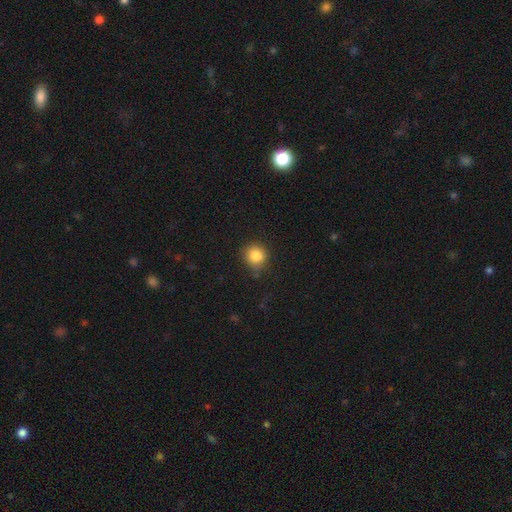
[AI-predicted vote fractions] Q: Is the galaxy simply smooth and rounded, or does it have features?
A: smooth — 85%.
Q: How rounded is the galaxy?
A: round — 87%.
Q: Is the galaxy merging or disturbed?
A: none — 78%.